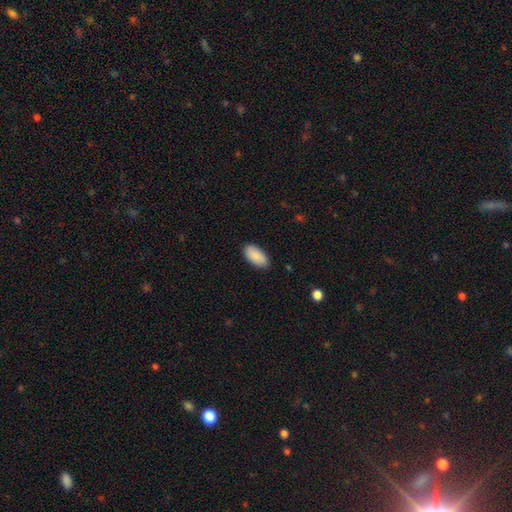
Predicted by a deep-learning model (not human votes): Smooth or featured? smooth (90%)
How rounded? in between (94%)
Merging? none (86%)